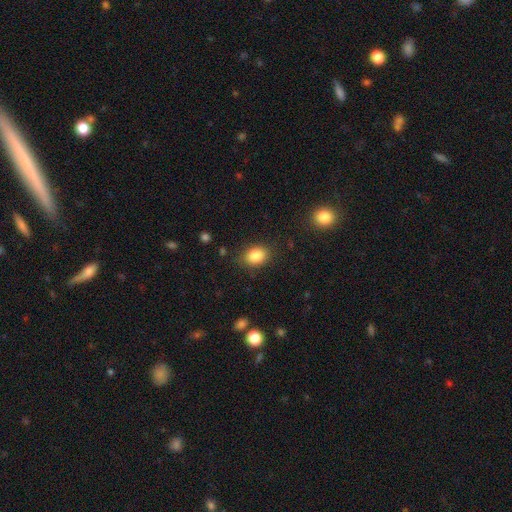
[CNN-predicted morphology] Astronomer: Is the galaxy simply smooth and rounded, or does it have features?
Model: smooth — 85%.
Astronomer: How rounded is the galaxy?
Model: in between — 65%.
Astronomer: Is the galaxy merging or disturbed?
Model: none — 83%.